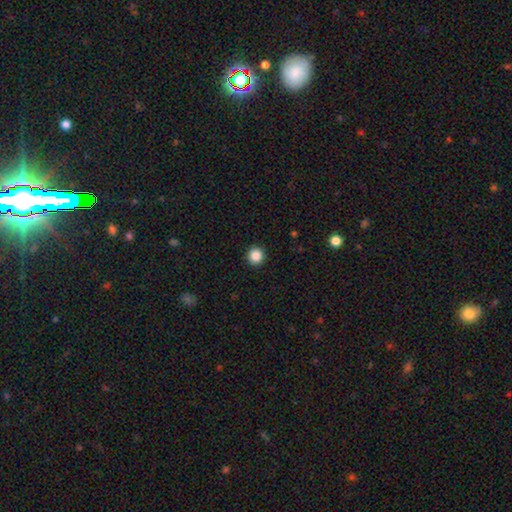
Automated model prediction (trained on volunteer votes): Q: Smooth or featured?
A: smooth (87%); runner-up: star or artifact (10%)
Q: How rounded?
A: round (95%); runner-up: in between (4%)
Q: Merging?
A: none (93%); runner-up: minor disturbance (4%)